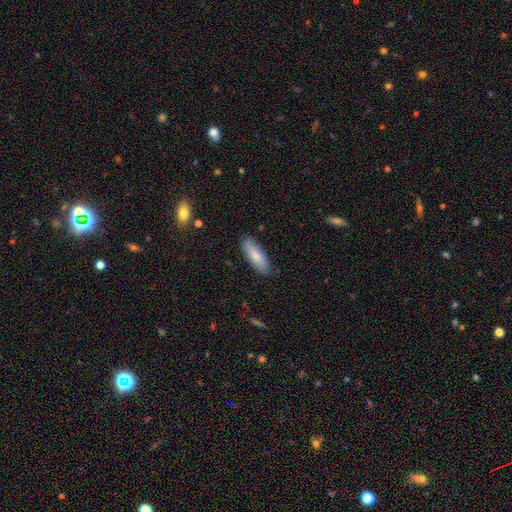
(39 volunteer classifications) Overall: smooth (77%). How rounded: in between (60%; cigar-shaped 40%). Merging: none (87%).